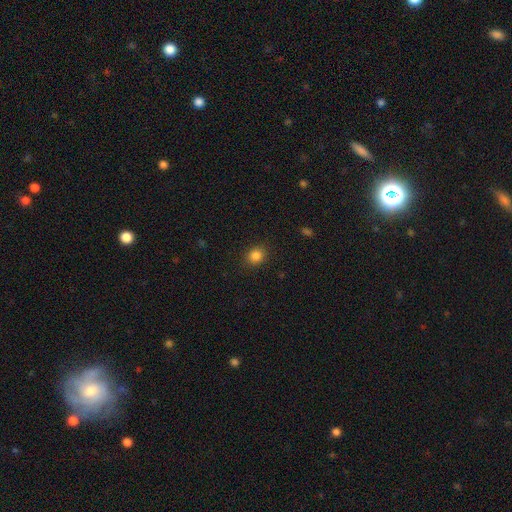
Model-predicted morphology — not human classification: Q: Smooth or featured?
A: smooth (85%); runner-up: star or artifact (12%)
Q: How rounded?
A: round (70%); runner-up: in between (29%)
Q: Merging?
A: none (89%); runner-up: minor disturbance (8%)